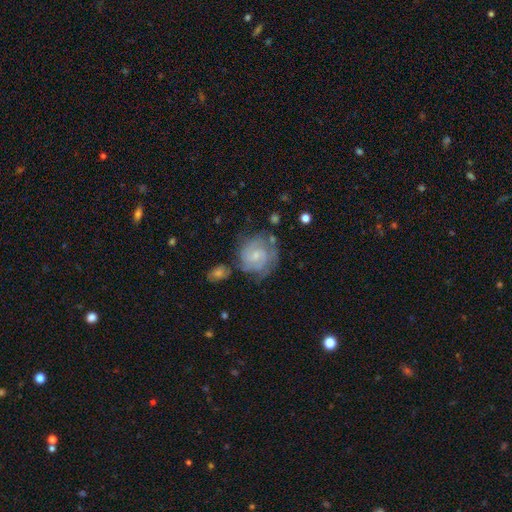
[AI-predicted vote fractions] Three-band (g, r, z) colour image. It shows a featured or disk galaxy (75%) with no bar (51%), 2 (54%) tight (59%) spiral arms (93%) and a small central bulge (61%). Merging: none (62%).